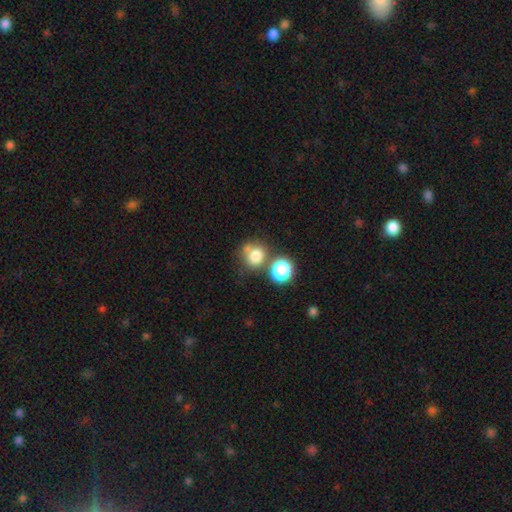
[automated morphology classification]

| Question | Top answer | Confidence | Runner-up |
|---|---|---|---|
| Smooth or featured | smooth | 75% | star or artifact (15%) |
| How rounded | round | 80% | in between (19%) |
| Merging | none | 54% | merger (27%) |